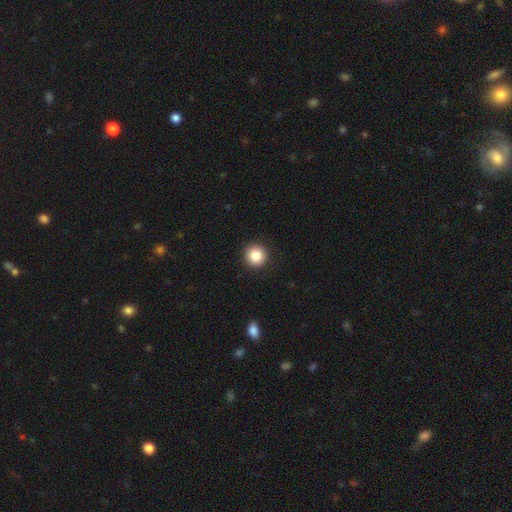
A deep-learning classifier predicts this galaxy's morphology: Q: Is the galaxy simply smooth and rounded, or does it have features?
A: smooth — 86%.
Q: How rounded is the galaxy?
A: round — 95%.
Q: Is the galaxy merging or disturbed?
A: none — 92%.